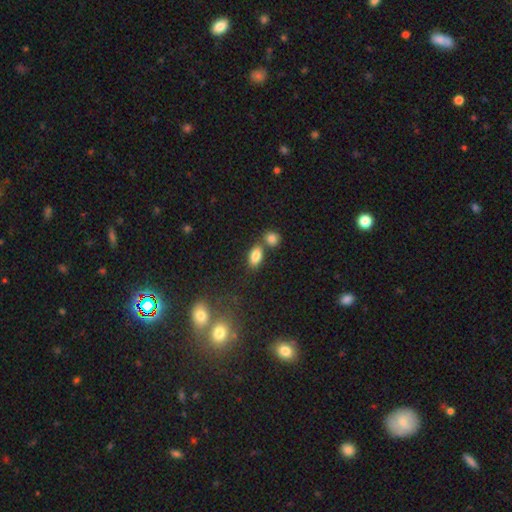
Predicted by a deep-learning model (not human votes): Smooth or featured?
  - smooth: 83% *
  - star or artifact: 9%
  - featured or disk: 8%
How rounded?
  - in between: 88% *
  - round: 9%
  - cigar-shaped: 3%
Merging?
  - none: 61% *
  - merger: 25%
  - minor disturbance: 11%
  - major disturbance: 3%